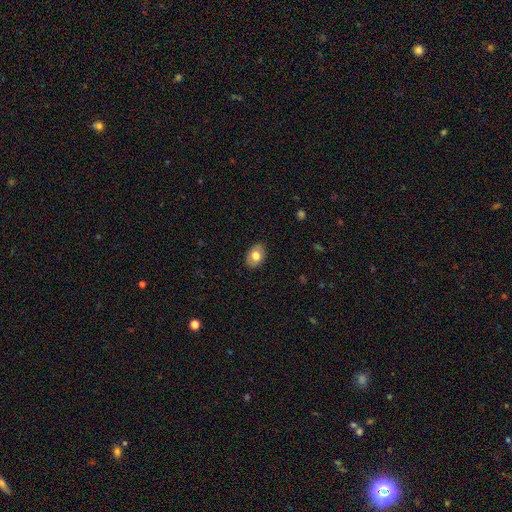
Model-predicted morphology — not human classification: A smooth galaxy with no disk features (73%) that is in between round and cigar-shaped (80%). Merging: none (85%).